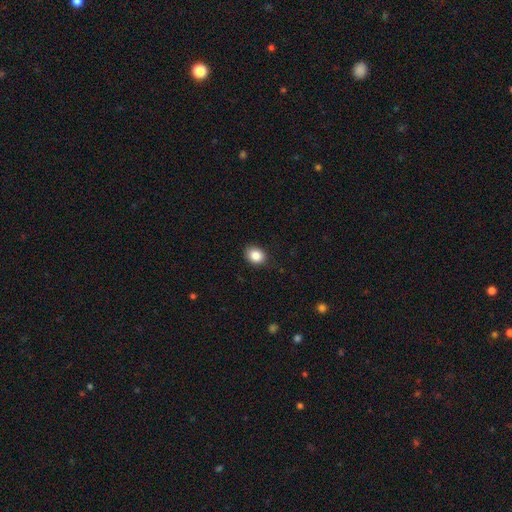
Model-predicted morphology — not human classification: A smooth galaxy with no disk features (87%) that is in between round and cigar-shaped (51%).

Vote fractions:
- Smooth or featured? smooth: 87% / star or artifact: 9% / featured or disk: 5%
- How rounded? in between: 51% / round: 48% / cigar-shaped: 1%
- Merging? none: 87% / minor disturbance: 10% / major disturbance: 2% / merger: 1%